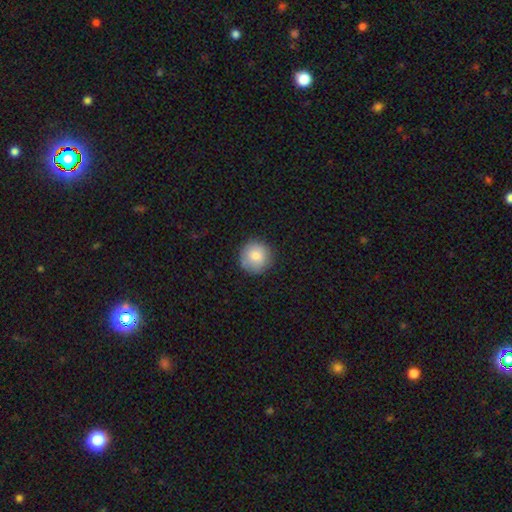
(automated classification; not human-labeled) A smooth galaxy with no disk features (81%) that is round (95%). Merging: none (88%).